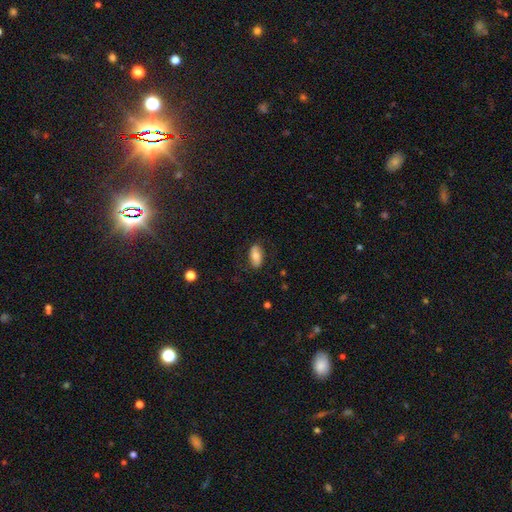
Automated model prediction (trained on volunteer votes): A smooth galaxy with no disk features (71%) that is in between round and cigar-shaped (90%). Merging: none (80%).